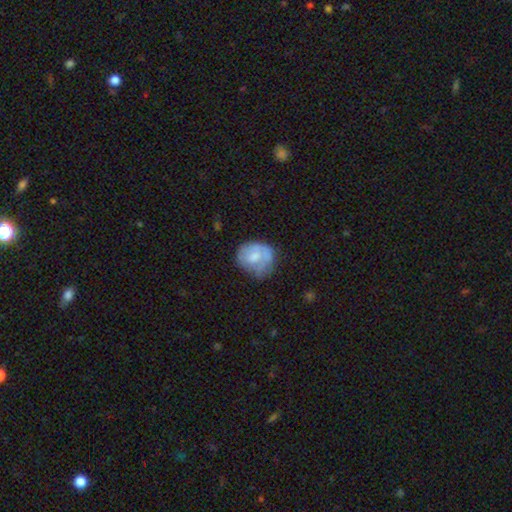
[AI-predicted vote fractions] Smooth or featured? Predicted: smooth (p=0.57). How rounded? Predicted: round (p=0.66). Merging? Predicted: none (p=0.47).